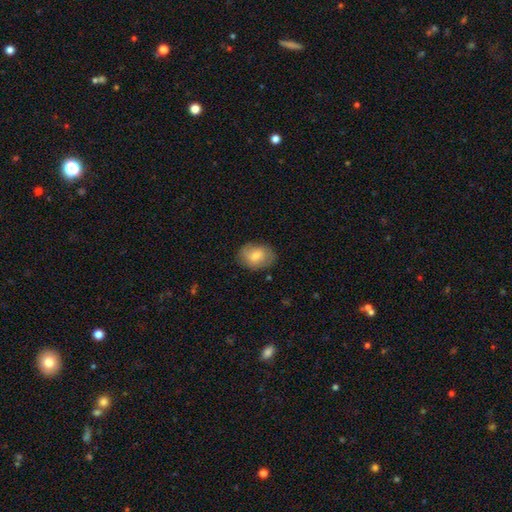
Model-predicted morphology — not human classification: Overall: smooth (73%). How rounded: in between (75%). Merging: none (77%).